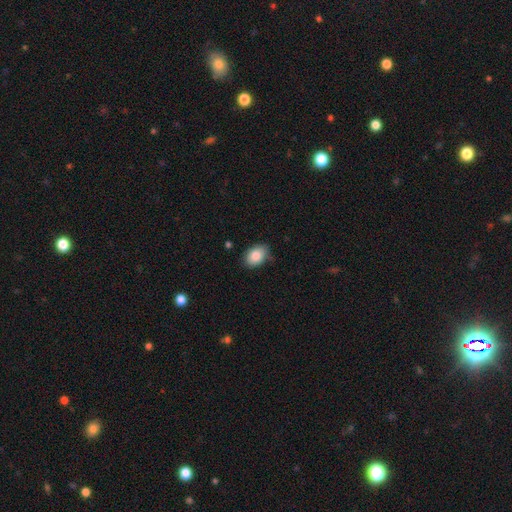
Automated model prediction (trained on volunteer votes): Smooth or featured? smooth (86%)
How rounded? in between (84%)
Merging? none (77%)